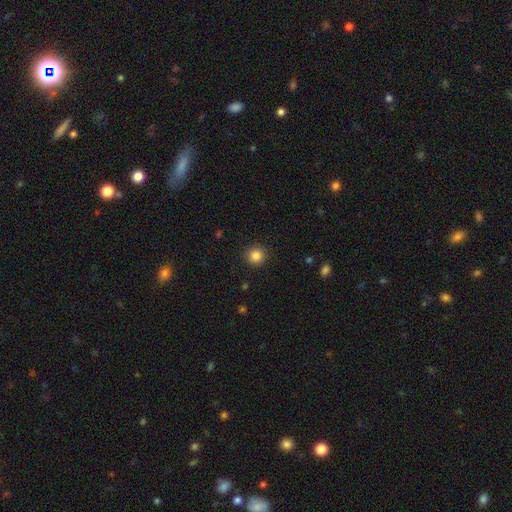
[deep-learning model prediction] smooth-or-featured: smooth: 86% | star or artifact: 11% | featured or disk: 3%
  how-rounded: round: 93% | in between: 6% | cigar-shaped: 1%
  merging: none: 91% | minor disturbance: 6% | major disturbance: 2% | merger: 1%